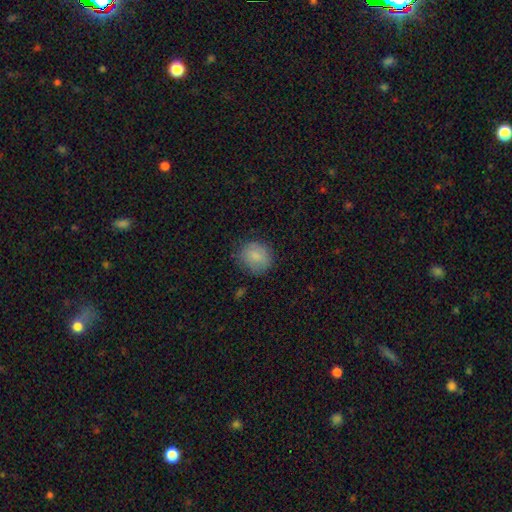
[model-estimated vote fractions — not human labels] Smooth or featured? Predicted: smooth (p=0.84). How rounded? Predicted: round (p=0.77). Merging? Predicted: none (p=0.77).